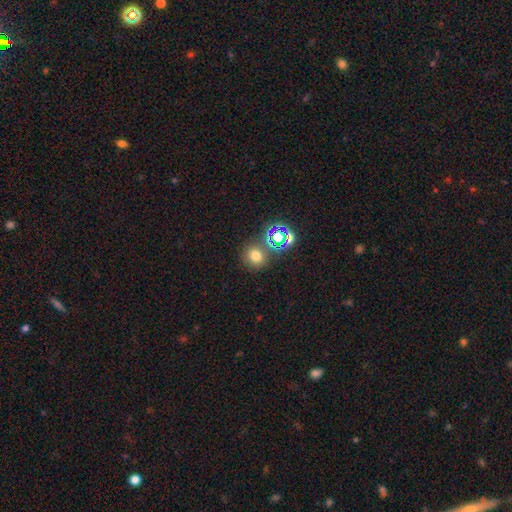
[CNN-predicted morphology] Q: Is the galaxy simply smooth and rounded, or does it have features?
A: smooth — 66%.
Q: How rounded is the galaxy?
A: round — 83%.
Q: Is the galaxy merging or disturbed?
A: none — 75%.